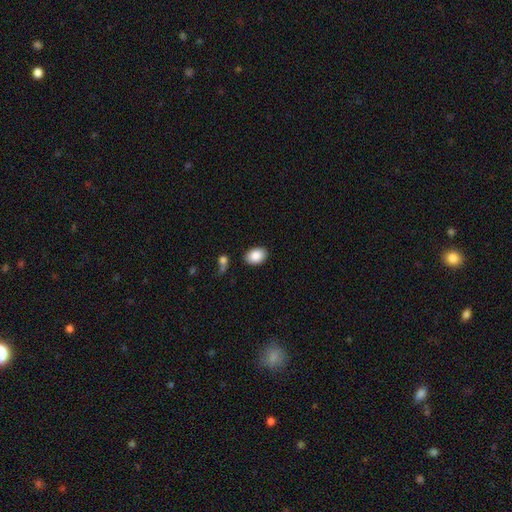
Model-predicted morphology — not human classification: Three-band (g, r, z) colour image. It shows a smooth galaxy with no disk features (88%) that is in between round and cigar-shaped (78%). Merging: none (85%).